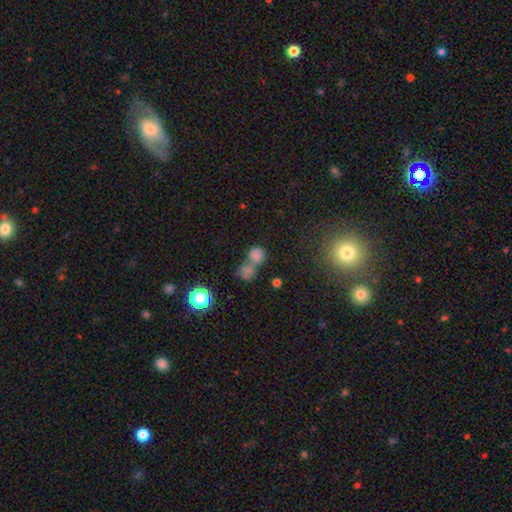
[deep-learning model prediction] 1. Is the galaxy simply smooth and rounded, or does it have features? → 69% smooth, 21% star or artifact, 11% featured or disk.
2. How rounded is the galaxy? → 71% round, 27% in between, 2% cigar-shaped.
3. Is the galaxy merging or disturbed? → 57% merger, 31% none, 7% minor disturbance, 5% major disturbance.